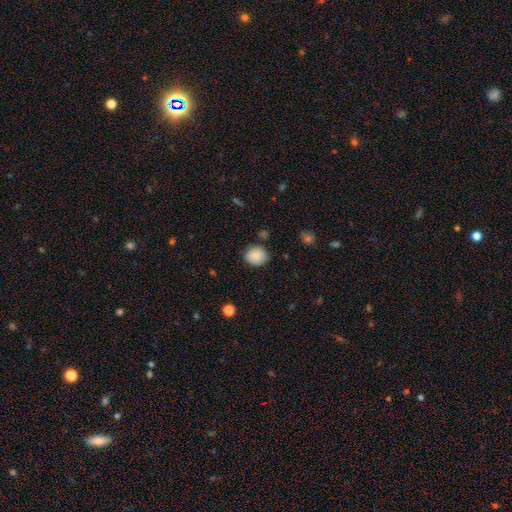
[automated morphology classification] Smooth or featured?
  - smooth: 87% *
  - star or artifact: 8%
  - featured or disk: 5%
How rounded?
  - round: 67% *
  - in between: 32%
  - cigar-shaped: 1%
Merging?
  - none: 81% *
  - minor disturbance: 14%
  - major disturbance: 3%
  - merger: 2%